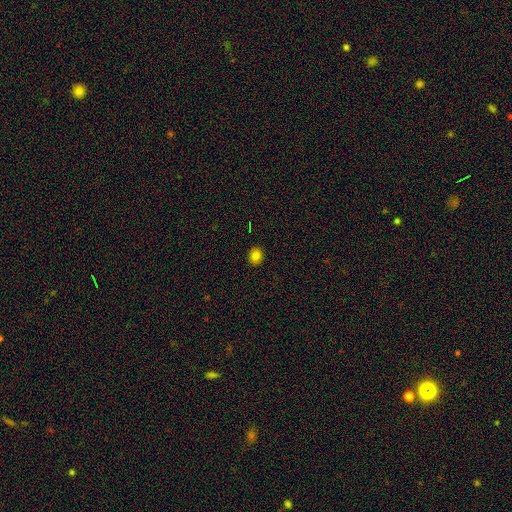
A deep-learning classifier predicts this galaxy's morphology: Q: Smooth or featured?
A: smooth (82%); runner-up: star or artifact (12%)
Q: How rounded?
A: round (66%); runner-up: in between (33%)
Q: Merging?
A: none (91%); runner-up: minor disturbance (6%)